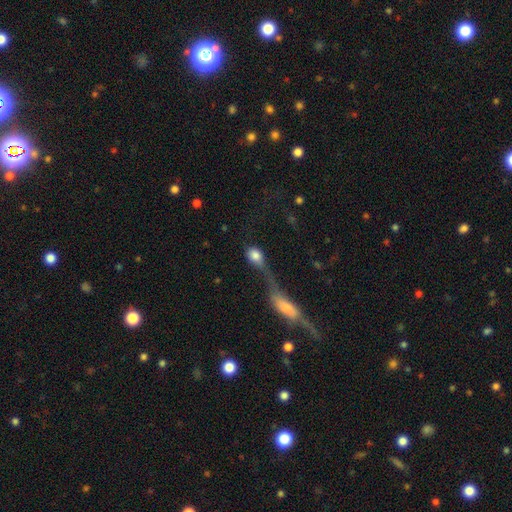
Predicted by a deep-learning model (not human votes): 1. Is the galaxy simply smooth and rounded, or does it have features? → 76% smooth, 15% featured or disk, 9% star or artifact.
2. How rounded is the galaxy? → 62% in between, 32% round, 6% cigar-shaped.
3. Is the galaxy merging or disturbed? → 63% merger, 16% major disturbance, 13% none, 8% minor disturbance.